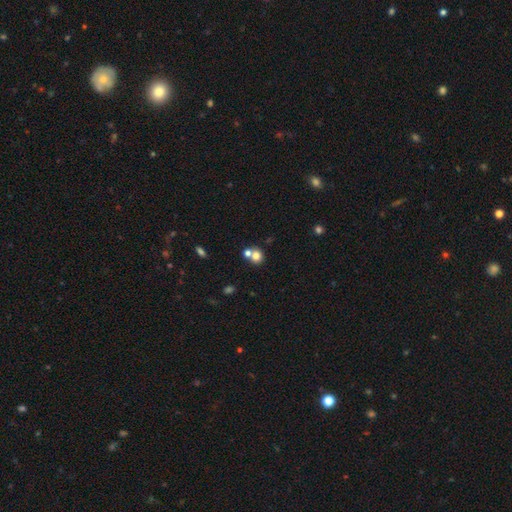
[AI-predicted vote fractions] A smooth galaxy with no disk features (75%) that is round (79%). Merging: none (46%).